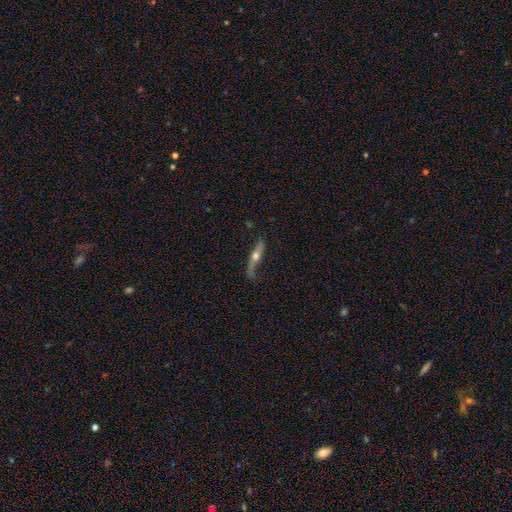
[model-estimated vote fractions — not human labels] Overall: featured or disk (73%). Edge-on disk: yes (66%; no 34%). Merging: none (62%; minor disturbance 24%).